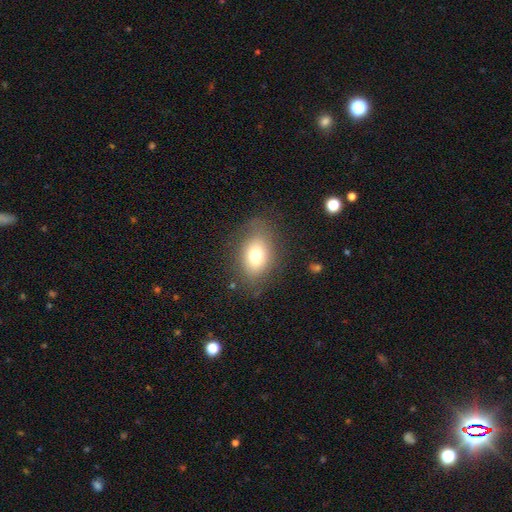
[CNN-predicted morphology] Smooth or featured: smooth — 73% (featured or disk — 16%)
How rounded: in between — 75% (round — 24%)
Merging: none — 75% (minor disturbance — 16%)